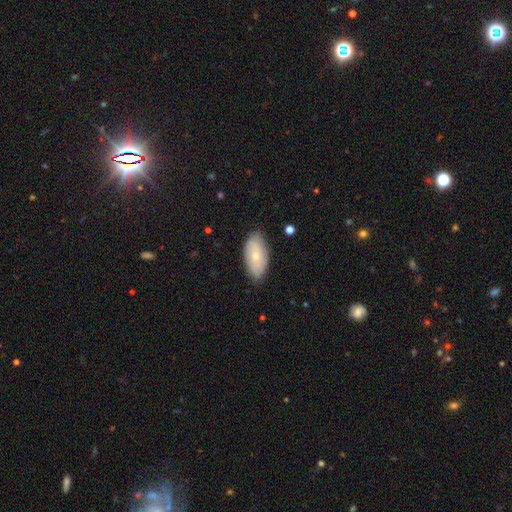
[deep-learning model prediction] This is possibly a smooth galaxy (60%). How rounded: clearly in between (92%). Merging: clearly none (83%).